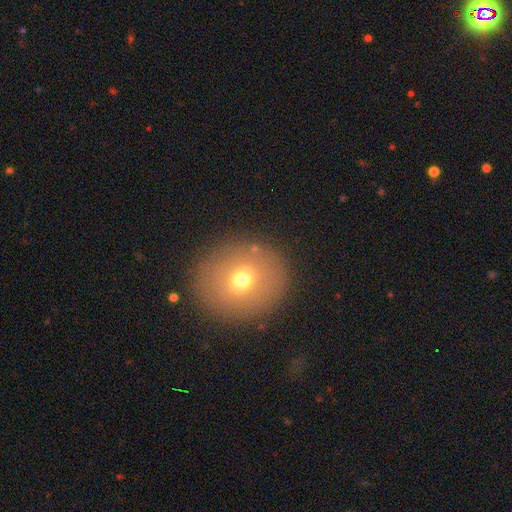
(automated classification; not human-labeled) The model was most divided on "smooth or featured": smooth: 61%, featured or disk: 23%, star or artifact: 17%. More confident: merging — none (89%); how rounded — round (82%).